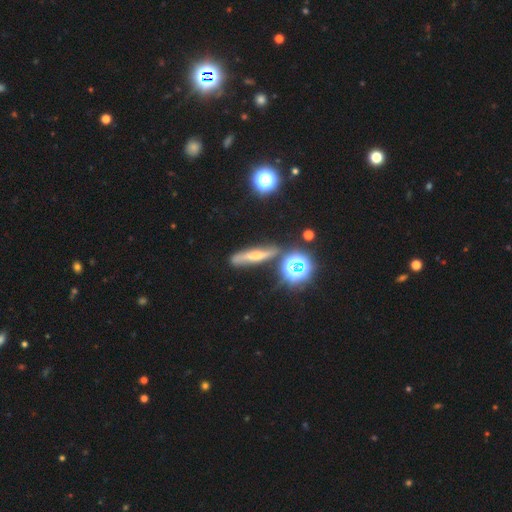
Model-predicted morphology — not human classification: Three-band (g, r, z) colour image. It shows a featured or disk galaxy (38%). Merging: none (73%).